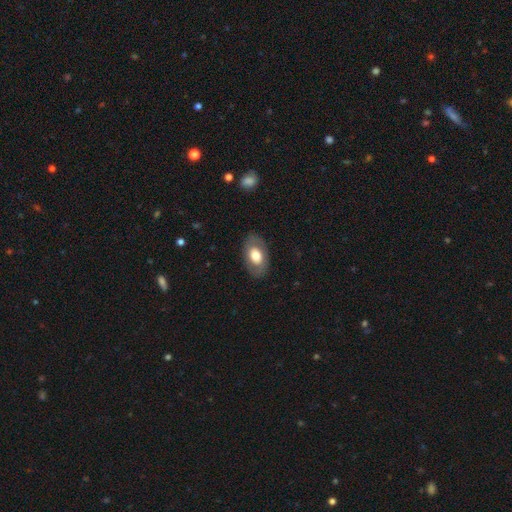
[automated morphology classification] smooth_or_featured: smooth (p=0.59) [alt: featured or disk p=0.35]
how_rounded: in between (p=0.89) [alt: round p=0.10]
merging: none (p=0.83) [alt: minor disturbance p=0.12]